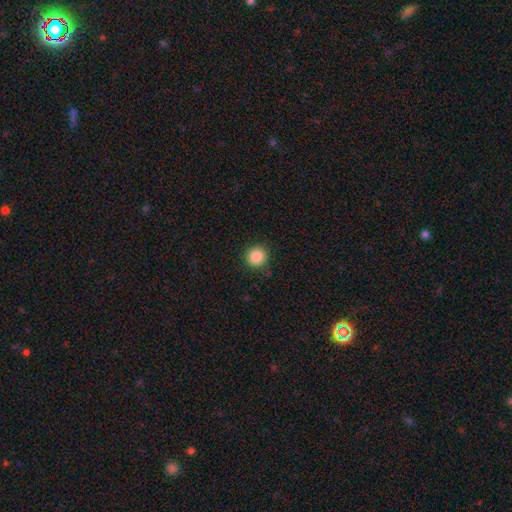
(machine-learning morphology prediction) Smooth or featured? smooth (87%)
How rounded? round (94%)
Merging? none (89%)